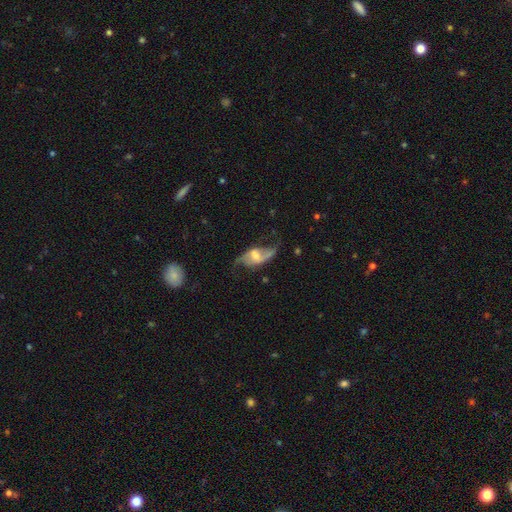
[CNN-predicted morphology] featured or disk 80%, smooth 13%, star or artifact 7%. Down the decision tree: edge-on disk — no (95%); bar — weak (48%); spiral arms — yes (92%); spiral arm count — 2 (90%); spiral winding — loose (78%); bulge size — moderate (37%); merging — none (58%).